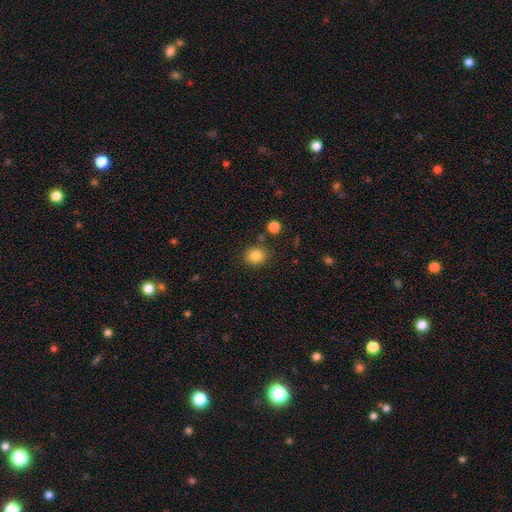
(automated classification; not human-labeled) smooth 84%, star or artifact 10%, featured or disk 6%. Down the decision tree: how rounded — round (69%); merging — none (85%).